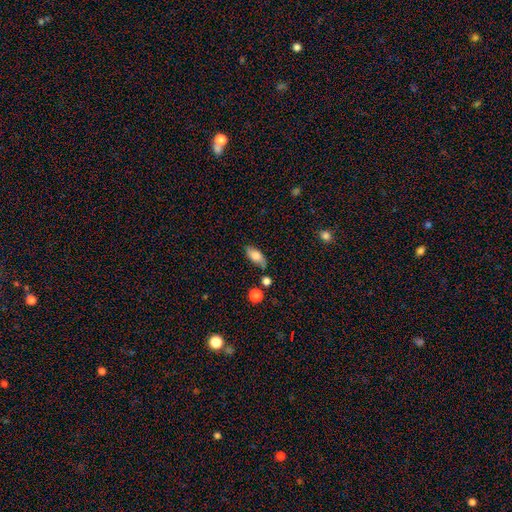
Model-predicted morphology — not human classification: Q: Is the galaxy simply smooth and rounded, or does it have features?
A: smooth — 73%.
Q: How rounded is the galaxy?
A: in between — 85%.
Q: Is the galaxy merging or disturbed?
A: none — 70%.